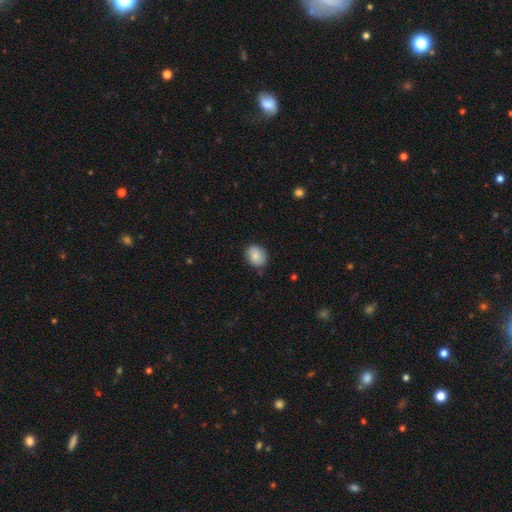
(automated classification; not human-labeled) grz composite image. It shows a smooth galaxy with no disk features (81%) that is in between round and cigar-shaped (57%). Merging: none (79%).